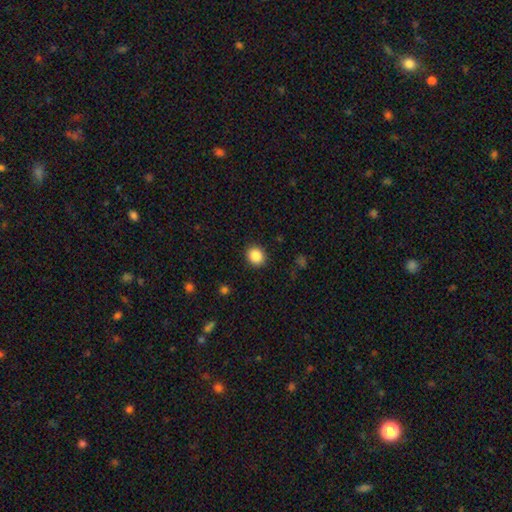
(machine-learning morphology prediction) The model was most divided on "how rounded": round: 79%, in between: 20%, cigar-shaped: 1%. More confident: merging — none (91%); smooth or featured — smooth (86%).